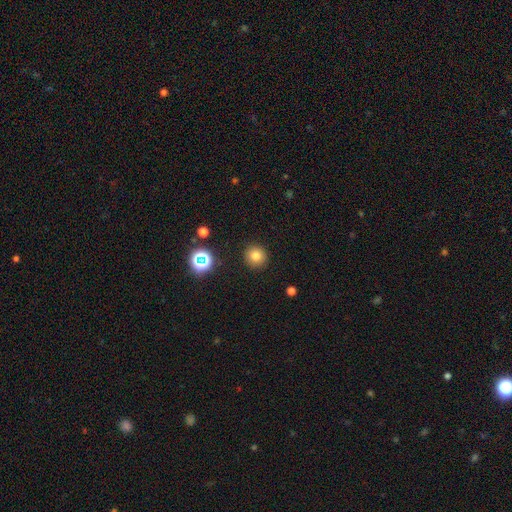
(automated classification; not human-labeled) The model was most divided on "smooth or featured": smooth: 78%, star or artifact: 16%, featured or disk: 7%. More confident: how rounded — round (94%); merging — none (91%).